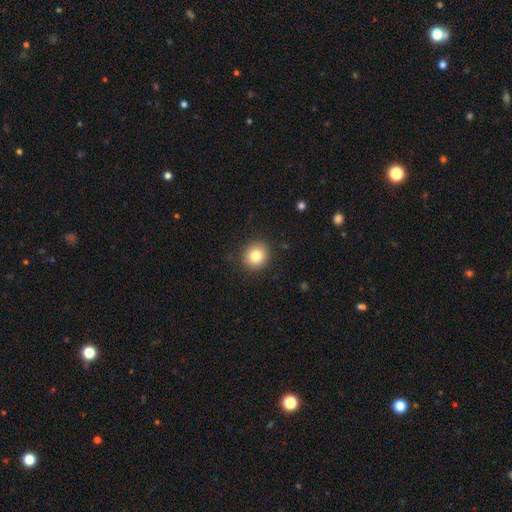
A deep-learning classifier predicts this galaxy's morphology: smooth 81%, star or artifact 10%, featured or disk 8%. Down the decision tree: how rounded — round (87%); merging — none (90%).